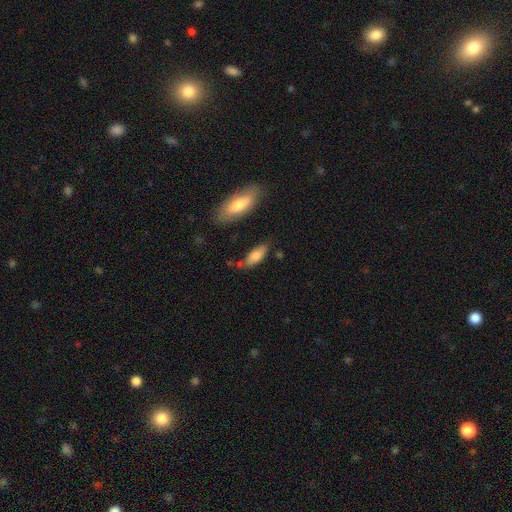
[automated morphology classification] Q: Smooth or featured?
A: smooth (78%); runner-up: featured or disk (15%)
Q: How rounded?
A: in between (72%); runner-up: cigar-shaped (25%)
Q: Merging?
A: none (58%); runner-up: minor disturbance (26%)